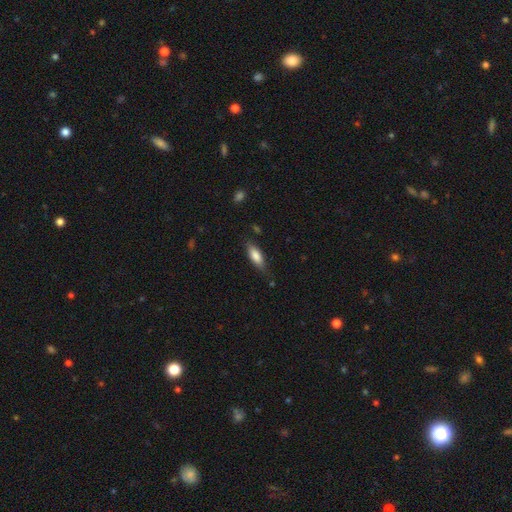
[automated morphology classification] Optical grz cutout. It shows a smooth galaxy with no disk features (79%) that is in between round and cigar-shaped (64%). Merging: none (75%).